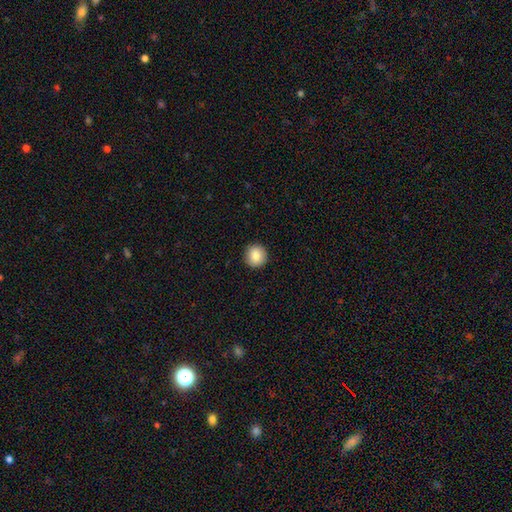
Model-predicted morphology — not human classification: The model was most divided on "smooth or featured": smooth: 85%, star or artifact: 8%, featured or disk: 7%. More confident: how rounded — round (94%); merging — none (92%).